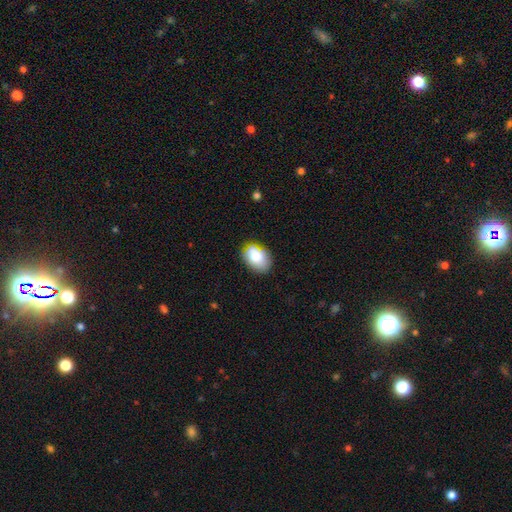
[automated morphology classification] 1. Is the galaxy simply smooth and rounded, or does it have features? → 85% smooth, 8% featured or disk, 7% star or artifact.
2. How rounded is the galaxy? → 84% in between, 15% round, 1% cigar-shaped.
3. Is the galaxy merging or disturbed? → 73% none, 21% minor disturbance, 5% major disturbance, 2% merger.